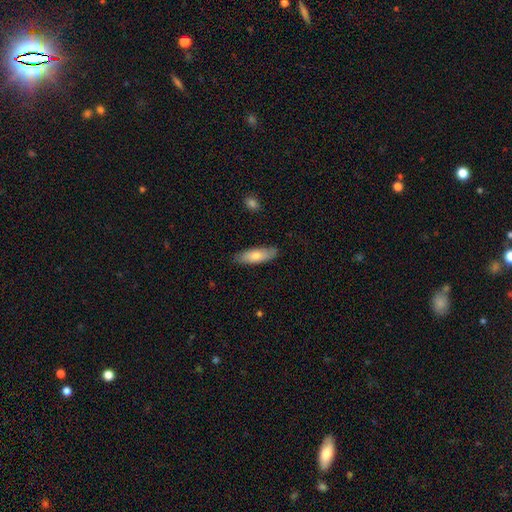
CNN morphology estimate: type=smooth (74%); roundness=in between (57%); merging=none (85%).